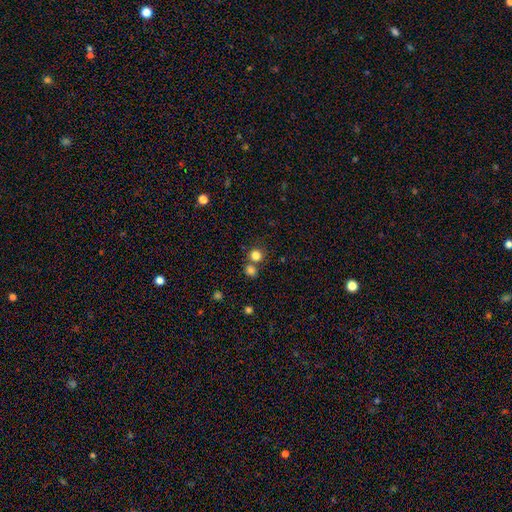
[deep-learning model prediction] This is clearly a smooth galaxy (81%). How rounded: clearly round (89%). Merging: likely none (64%).